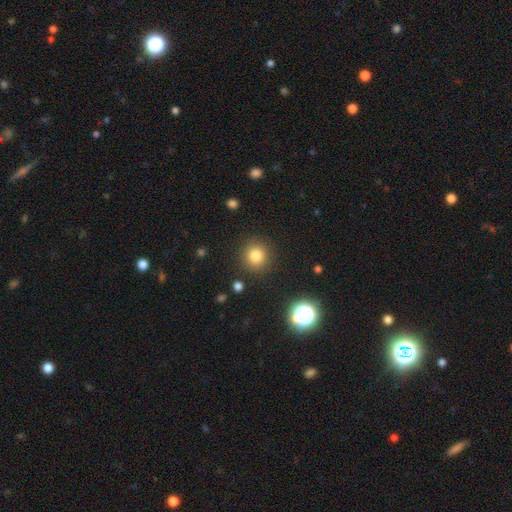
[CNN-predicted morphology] smooth 80%, star or artifact 13%, featured or disk 7%. Down the decision tree: how rounded — round (91%); merging — none (89%).